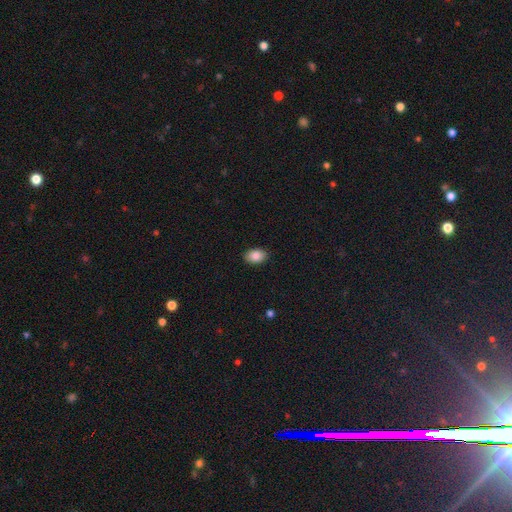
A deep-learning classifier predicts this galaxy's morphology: smooth_or_featured: smooth (p=0.87) [alt: star or artifact p=0.07]
how_rounded: in between (p=0.86) [alt: round p=0.12]
merging: none (p=0.89) [alt: minor disturbance p=0.08]